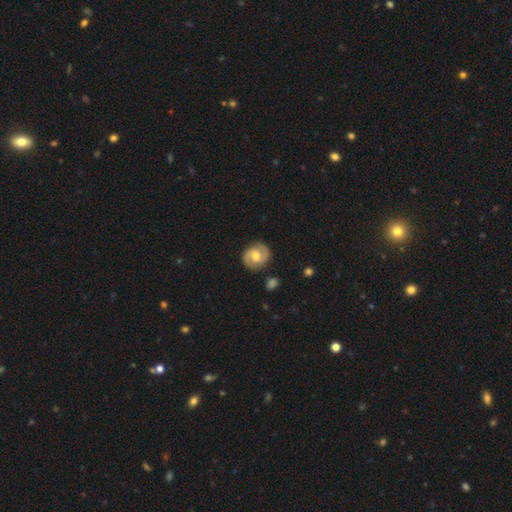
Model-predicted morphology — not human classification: smooth-or-featured: featured or disk: 77% | smooth: 18% | star or artifact: 6%
  disk-edge-on: no: 98% | yes: 2%
    bar: weak: 47% | no: 40% | strong: 12%
    has-spiral-arms: yes: 94% | no: 6%
      spiral-winding: medium: 51% | tight: 34% | loose: 15%
      spiral-arm-count: 2: 92% | can't tell: 4% | 1: 1% | 3: 1% | 4: 1% | more than 4: 1%
    bulge-size: moderate: 71% | small: 21% | large: 6% | none: 2% | dominant: 1%
  merging: none: 85% | minor disturbance: 11% | major disturbance: 3% | merger: 2%